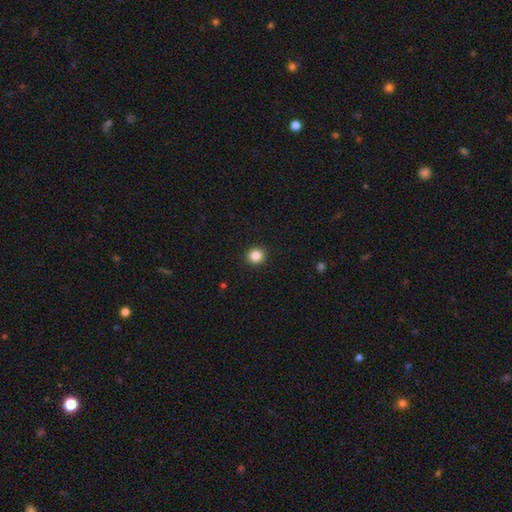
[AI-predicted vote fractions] Morphology: type=smooth (86%); roundness=round (88%); merging=none (93%).